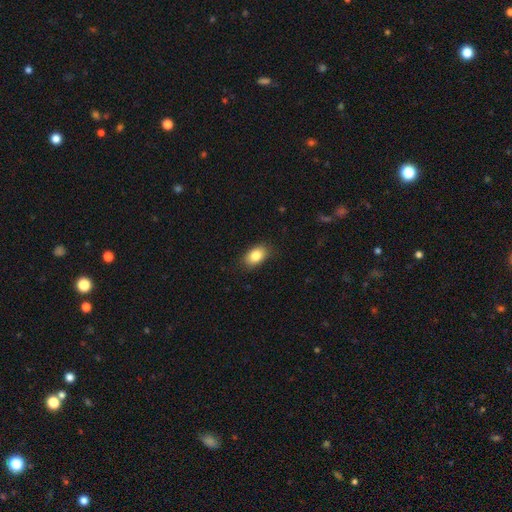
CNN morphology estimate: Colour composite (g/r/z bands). It shows a smooth galaxy with no disk features (85%) that is in between round and cigar-shaped (86%). Merging: none (85%).